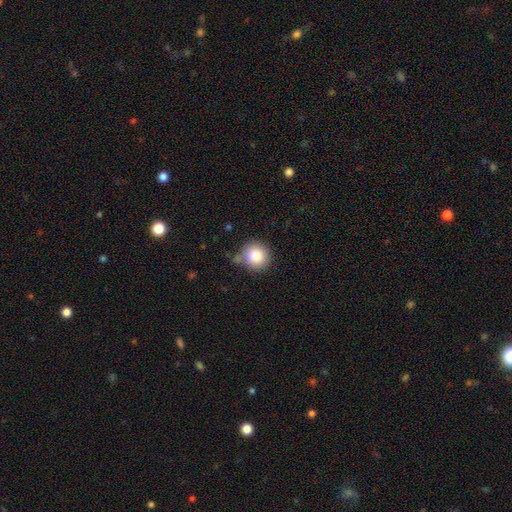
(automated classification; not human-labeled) Smooth or featured: smooth — 85% (star or artifact — 9%)
How rounded: round — 93% (in between — 6%)
Merging: none — 70% (minor disturbance — 18%)